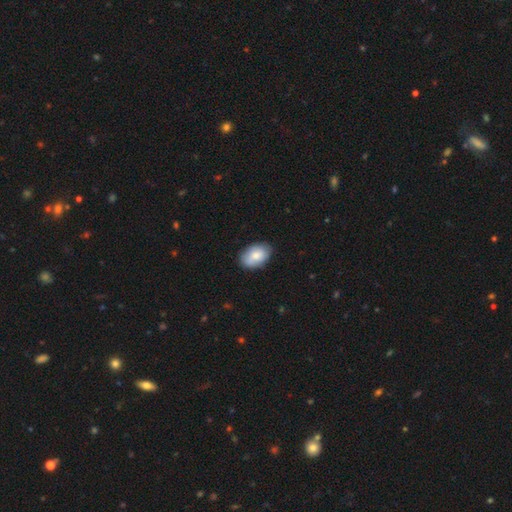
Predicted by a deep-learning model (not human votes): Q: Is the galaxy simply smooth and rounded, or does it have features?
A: smooth — 80%.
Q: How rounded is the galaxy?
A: in between — 90%.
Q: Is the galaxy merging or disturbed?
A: none — 82%.